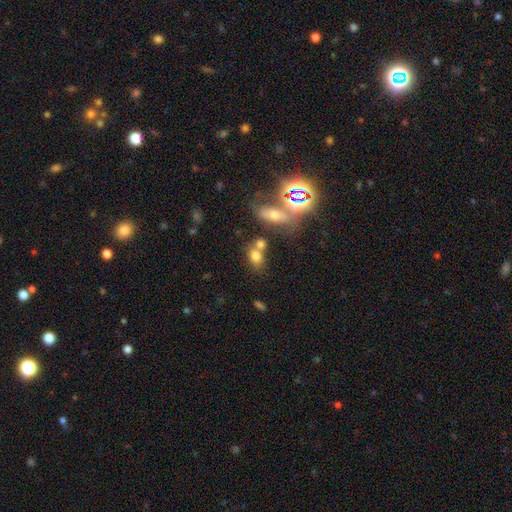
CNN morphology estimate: type=smooth (69%); roundness=in between (64%); merging=none (43%).